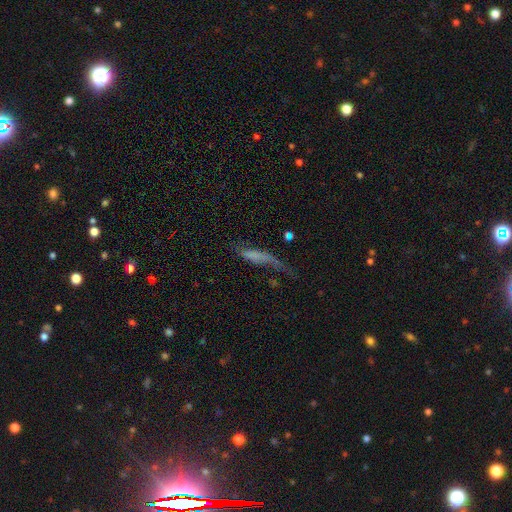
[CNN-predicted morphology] A smooth galaxy with no disk features (50%).

Vote fractions:
- Smooth or featured? smooth: 50% / featured or disk: 37% / star or artifact: 13%
- Merging? major disturbance: 42% / none: 27% / minor disturbance: 22% / merger: 8%